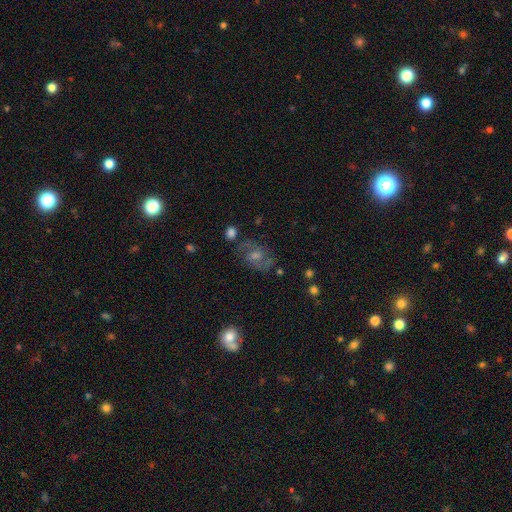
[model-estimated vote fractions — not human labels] Smooth or featured?
  - featured or disk: 64% *
  - smooth: 19%
  - star or artifact: 17%
Edge-on disk?
  - no: 96% *
  - yes: 4%
Bar?
  - no: 49% *
  - weak: 43%
  - strong: 8%
Spiral arms?
  - yes: 86% *
  - no: 14%
Spiral winding?
  - medium: 51% *
  - tight: 30%
  - loose: 19%
Spiral arm count?
  - 2: 78% *
  - can't tell: 13%
  - 3: 3%
  - 1: 2%
  - 4: 2%
  - more than 4: 2%
Bulge size?
  - moderate: 52% *
  - small: 34%
  - large: 7%
  - none: 6%
  - dominant: 2%
Merging?
  - none: 75% *
  - minor disturbance: 15%
  - major disturbance: 6%
  - merger: 4%